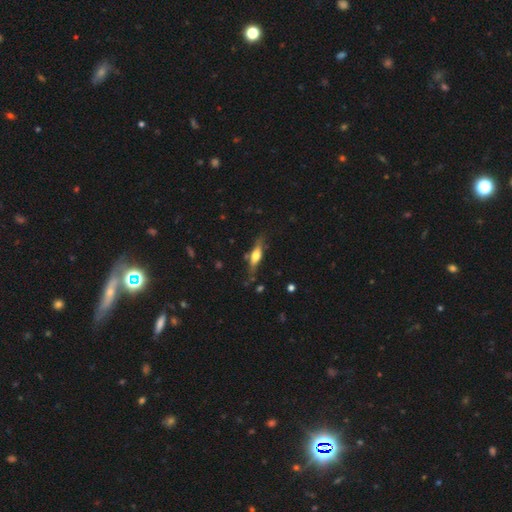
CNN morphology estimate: Smooth or featured? Predicted: featured or disk (p=0.57). Edge-on disk? Predicted: yes (p=0.91). Edge-on bulge? Predicted: rounded (p=0.90). Merging? Predicted: none (p=0.74).